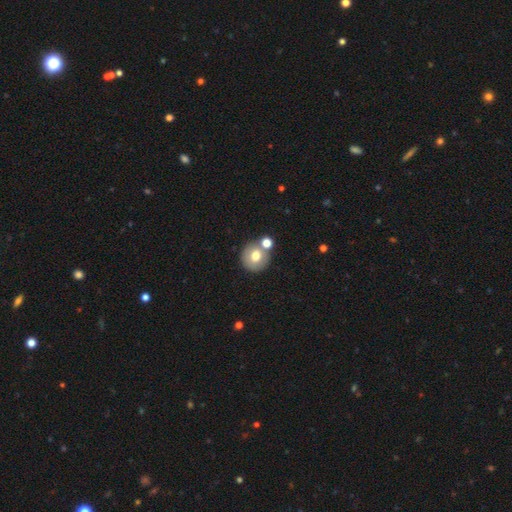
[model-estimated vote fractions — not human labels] Q: Smooth or featured?
A: smooth (70%); runner-up: featured or disk (21%)
Q: How rounded?
A: round (87%); runner-up: in between (12%)
Q: Merging?
A: none (64%); runner-up: merger (22%)